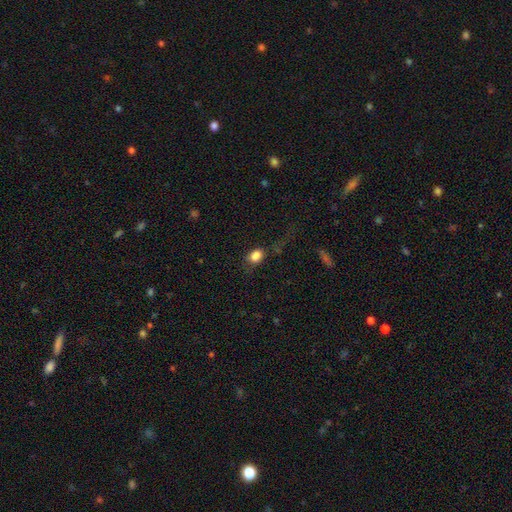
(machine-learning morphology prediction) Smooth or featured: smooth — 83% (star or artifact — 10%)
How rounded: in between — 71% (round — 27%)
Merging: none — 53% (minor disturbance — 22%)